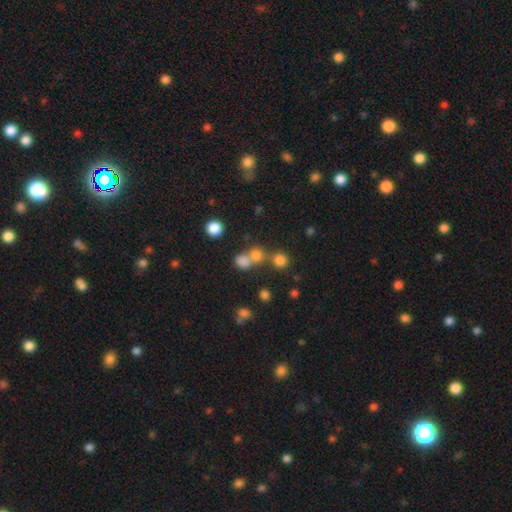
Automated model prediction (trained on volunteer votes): Overall: smooth (73%). How rounded: round (83%). Merging: none (47%; merger 41%).